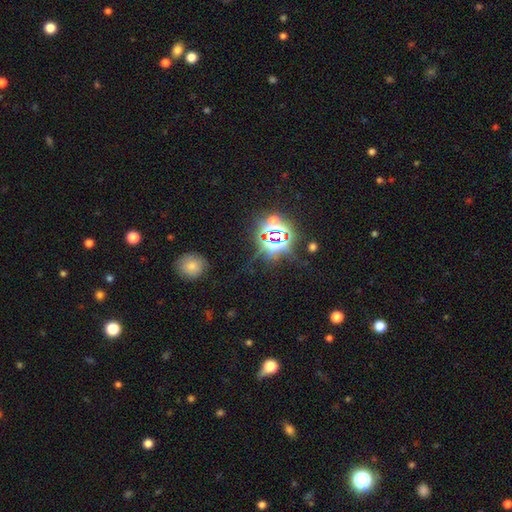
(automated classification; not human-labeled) The model was most divided on "smooth or featured": star or artifact: 77%, smooth: 15%, featured or disk: 8%.